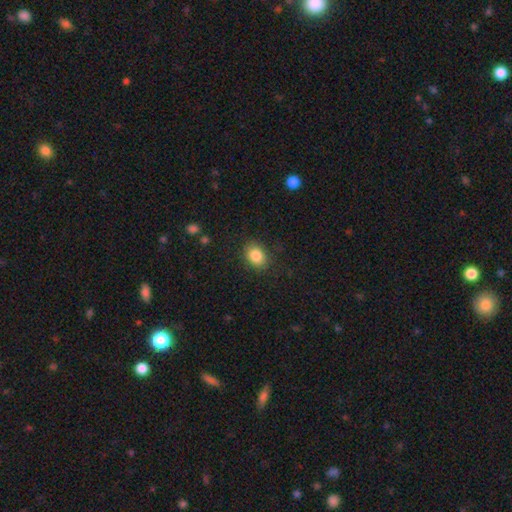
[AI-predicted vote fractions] Smooth or featured? Predicted: smooth (p=0.85). How rounded? Predicted: in between (p=0.67). Merging? Predicted: none (p=0.84).